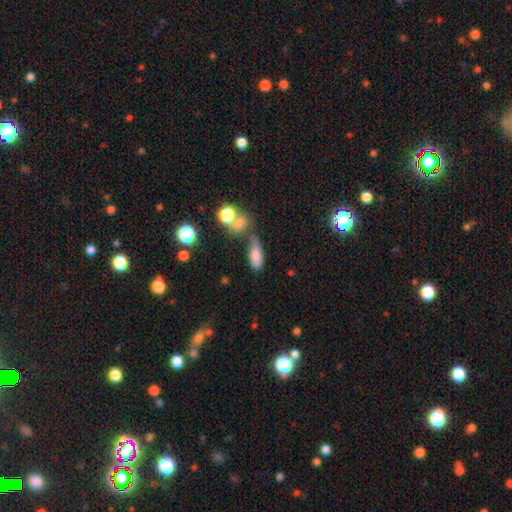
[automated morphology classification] The model was most divided on "merging": none: 42%, merger: 25%, minor disturbance: 21%, major disturbance: 12%. More confident: smooth or featured — smooth (77%); how rounded — in between (75%).